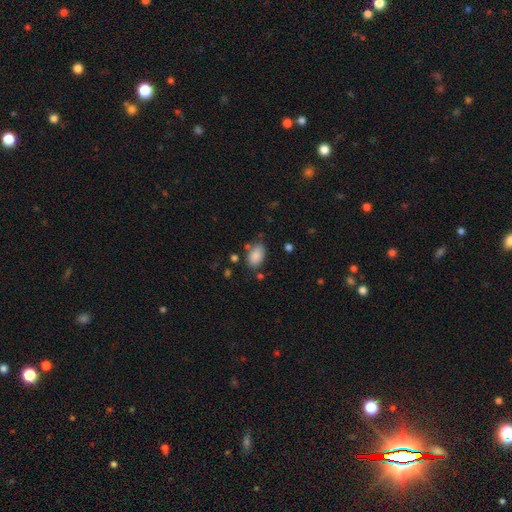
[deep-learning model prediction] The model was most divided on "merging": none: 70%, minor disturbance: 19%, merger: 5%, major disturbance: 5%. More confident: how rounded — in between (90%); smooth or featured — smooth (87%).